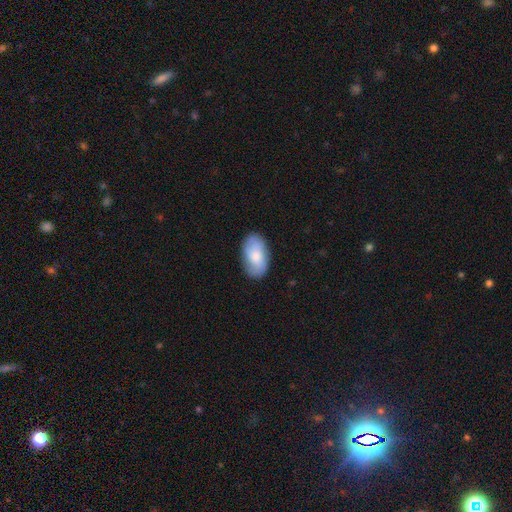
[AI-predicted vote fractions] smooth-or-featured: smooth: 71% | featured or disk: 23% | star or artifact: 6%
  how-rounded: in between: 94% | round: 4% | cigar-shaped: 2%
  merging: none: 81% | minor disturbance: 15% | major disturbance: 3% | merger: 1%